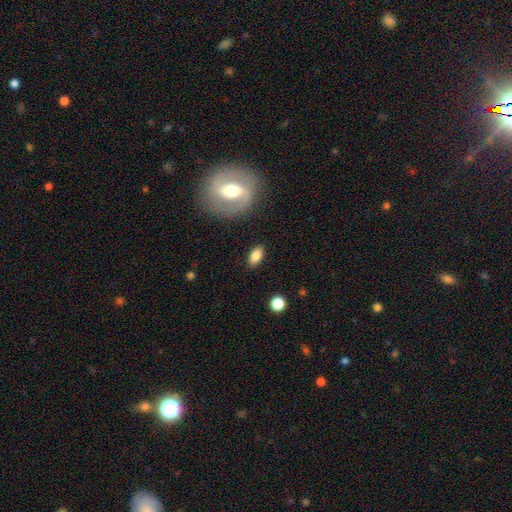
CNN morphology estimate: Smooth or featured? Predicted: smooth (p=0.82). How rounded? Predicted: in between (p=0.90). Merging? Predicted: none (p=0.87).